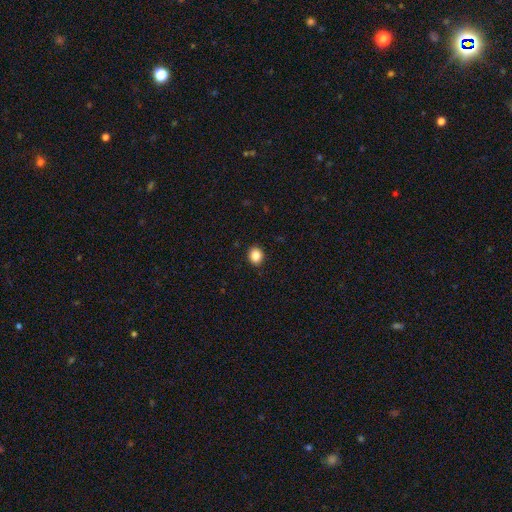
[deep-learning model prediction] Smooth or featured? smooth (86%)
How rounded? round (65%)
Merging? none (91%)